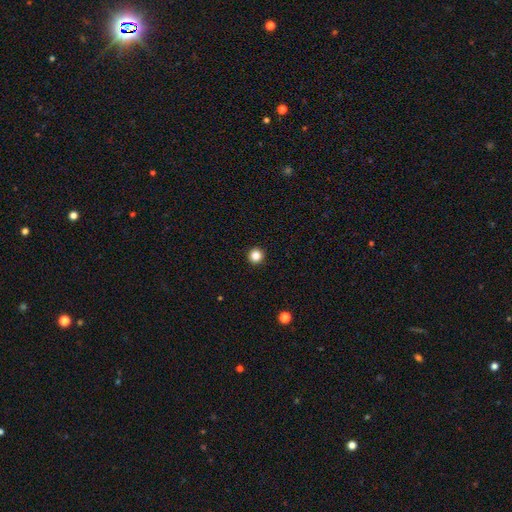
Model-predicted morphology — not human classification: Overall: smooth (85%). How rounded: round (95%). Merging: none (94%).